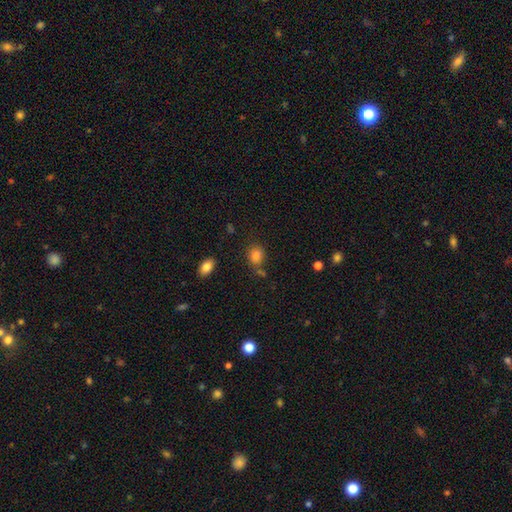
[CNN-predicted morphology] Overall: smooth (83%). How rounded: in between (50%; round 48%). Merging: none (69%).